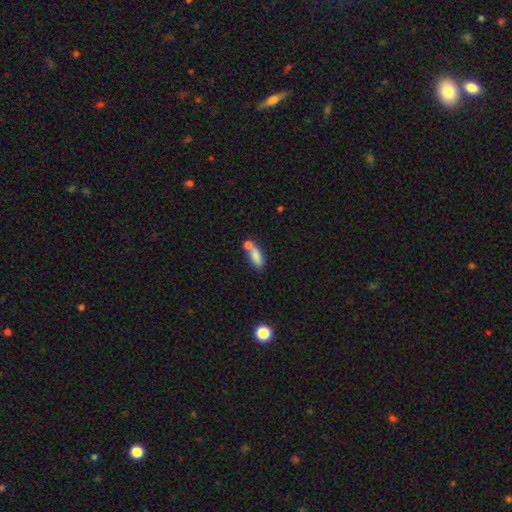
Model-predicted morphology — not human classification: A smooth galaxy with no disk features (81%) that is in between round and cigar-shaped (77%).

Vote fractions:
- Smooth or featured? smooth: 81% / featured or disk: 10% / star or artifact: 9%
- How rounded? in between: 77% / cigar-shaped: 19% / round: 4%
- Merging? none: 44% / merger: 38% / minor disturbance: 13% / major disturbance: 5%